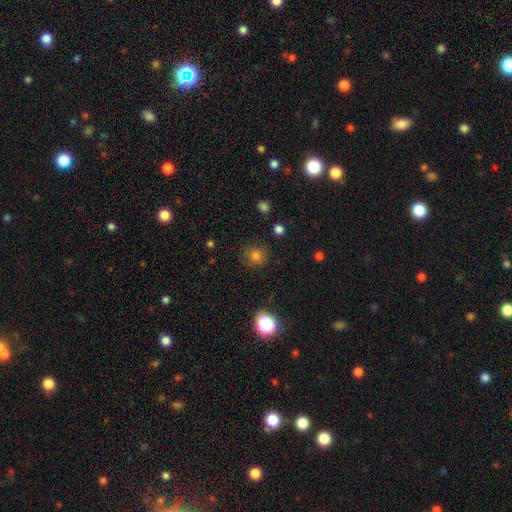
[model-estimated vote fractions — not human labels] Q: Smooth or featured?
A: smooth (77%); runner-up: star or artifact (16%)
Q: How rounded?
A: round (87%); runner-up: in between (12%)
Q: Merging?
A: none (84%); runner-up: minor disturbance (10%)